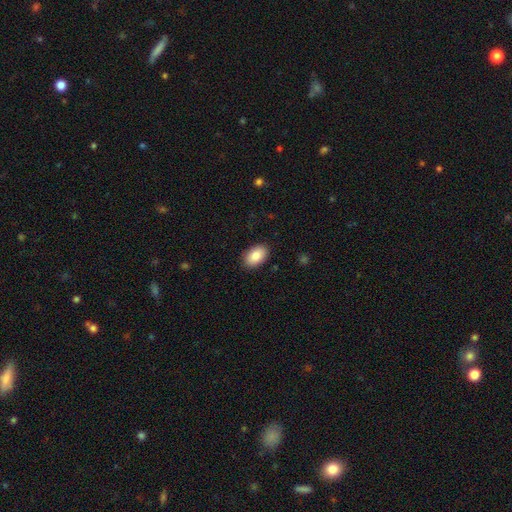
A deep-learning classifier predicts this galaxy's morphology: Smooth or featured? Predicted: smooth (p=0.87). How rounded? Predicted: in between (p=0.93). Merging? Predicted: none (p=0.89).